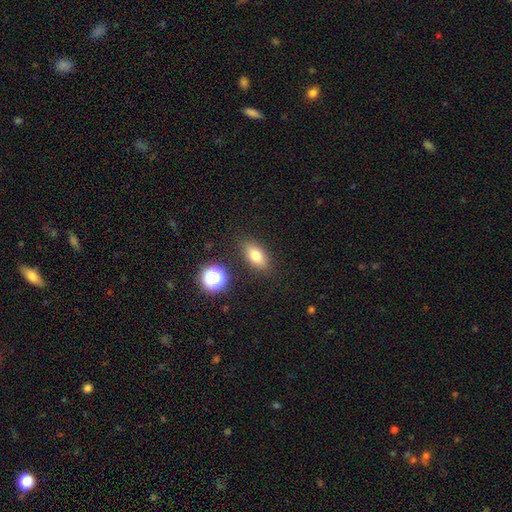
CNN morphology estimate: type=smooth (75%); roundness=in between (81%); merging=none (85%).